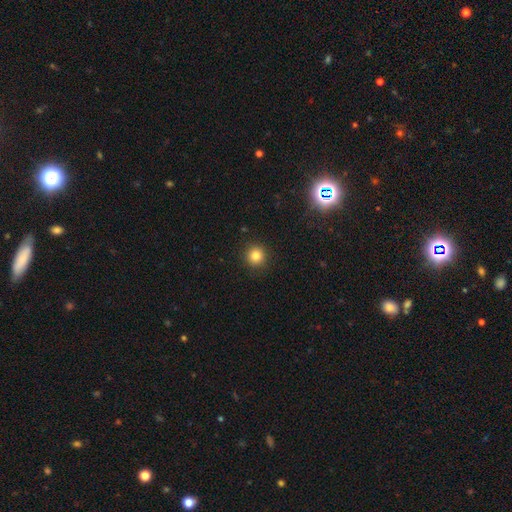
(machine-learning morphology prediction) The model was most divided on "smooth or featured": smooth: 83%, star or artifact: 12%, featured or disk: 5%. More confident: how rounded — round (94%); merging — none (91%).